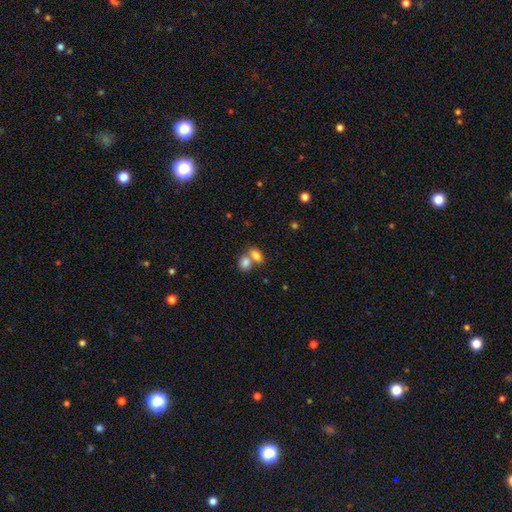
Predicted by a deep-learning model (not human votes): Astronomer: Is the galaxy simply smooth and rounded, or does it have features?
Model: smooth — 81%.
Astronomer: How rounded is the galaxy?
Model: in between — 78%.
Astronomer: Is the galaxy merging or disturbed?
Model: merger — 58%.